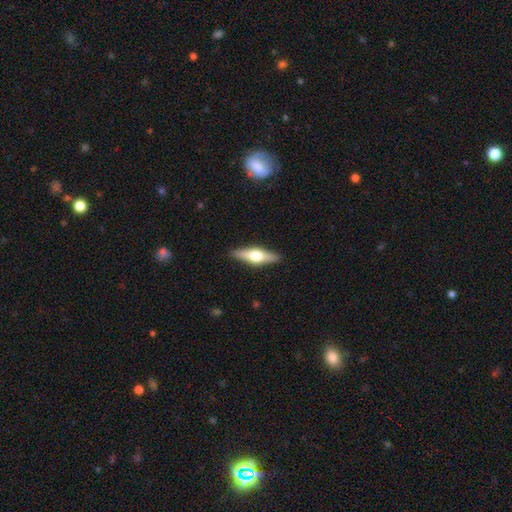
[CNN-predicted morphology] Overall: featured or disk (60%; smooth 34%). Edge-on disk: yes (95%). Edge-on bulge: rounded (95%). Merging: none (90%).